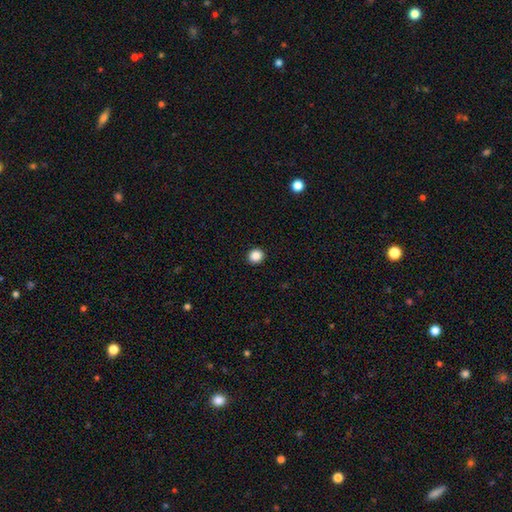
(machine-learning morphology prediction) smooth_or_featured: smooth (p=0.87) [alt: star or artifact p=0.10]
how_rounded: round (p=0.88) [alt: in between p=0.11]
merging: none (p=0.93) [alt: minor disturbance p=0.05]